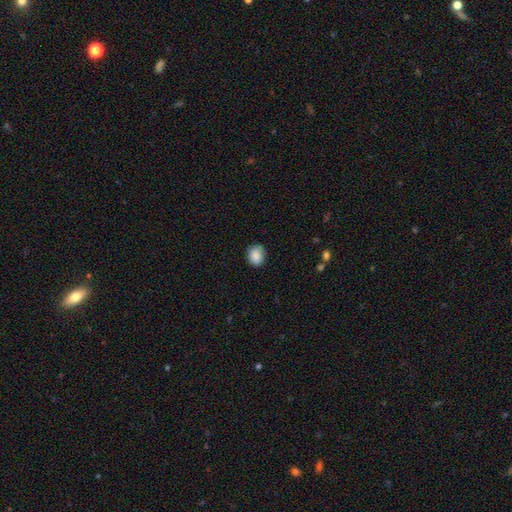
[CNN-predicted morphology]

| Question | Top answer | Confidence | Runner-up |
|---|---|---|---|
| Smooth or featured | smooth | 88% | star or artifact (8%) |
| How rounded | round | 63% | in between (36%) |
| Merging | none | 82% | minor disturbance (14%) |